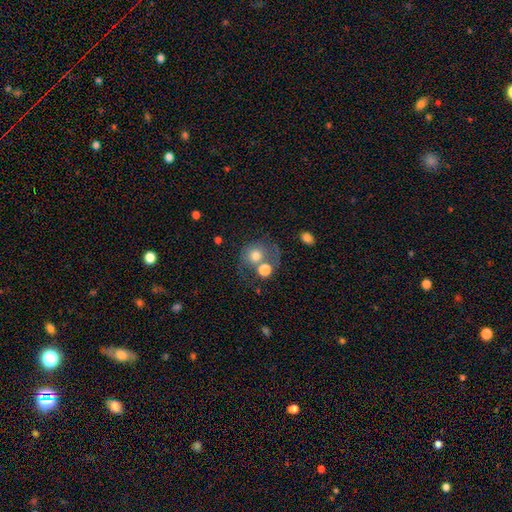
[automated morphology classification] This appears to be a smooth galaxy with no disk features (63%) that is round (76%). Merging: merger (39%).